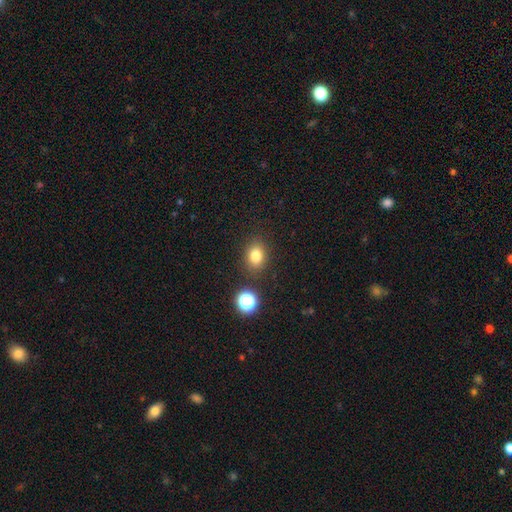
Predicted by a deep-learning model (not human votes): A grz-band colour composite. It shows a smooth galaxy with no disk features (79%) that is in between round and cigar-shaped (52%). Merging: none (84%).